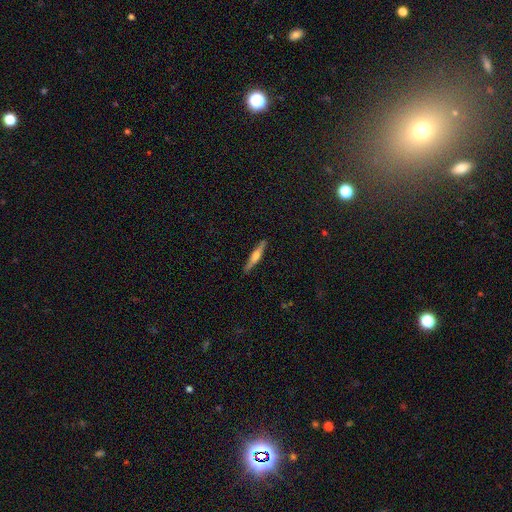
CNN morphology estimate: This appears to be a featured or disk galaxy (62%) viewed edge-on (97%) with a rounded central bulge (80%). Merging: none (89%).